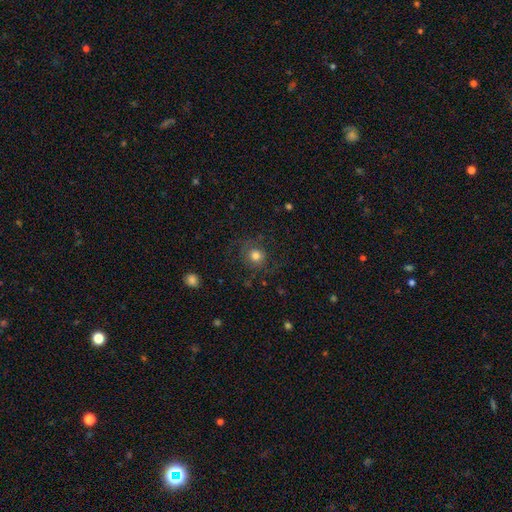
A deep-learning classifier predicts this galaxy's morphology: Smooth or featured? Predicted: smooth (p=0.69). How rounded? Predicted: round (p=0.88). Merging? Predicted: none (p=0.73).